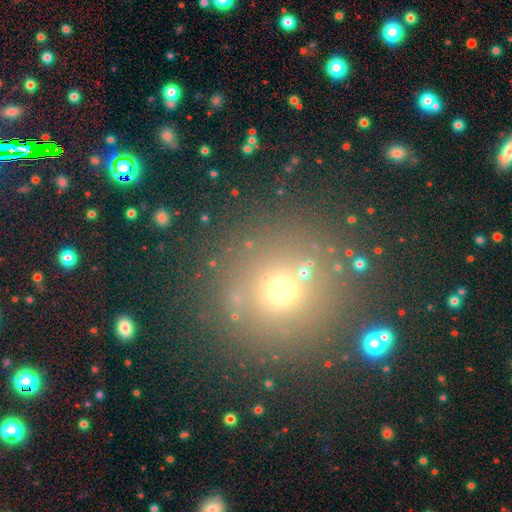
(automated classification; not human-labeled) The model was most divided on "smooth or featured": smooth: 52%, star or artifact: 35%, featured or disk: 12%. More confident: how rounded — round (92%); merging — none (82%).